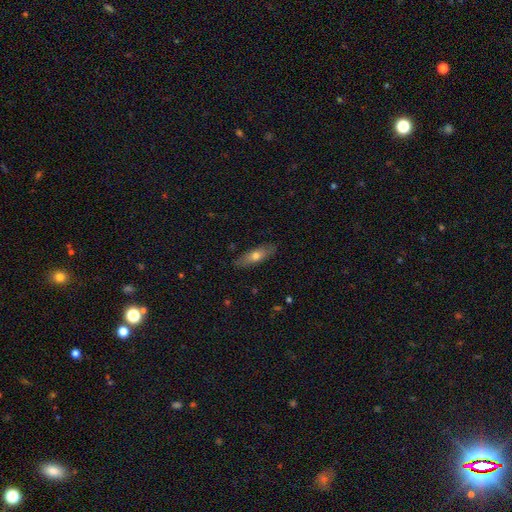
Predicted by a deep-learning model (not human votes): Morphology: type=smooth (62%); roundness=in between (49%); merging=none (86%).